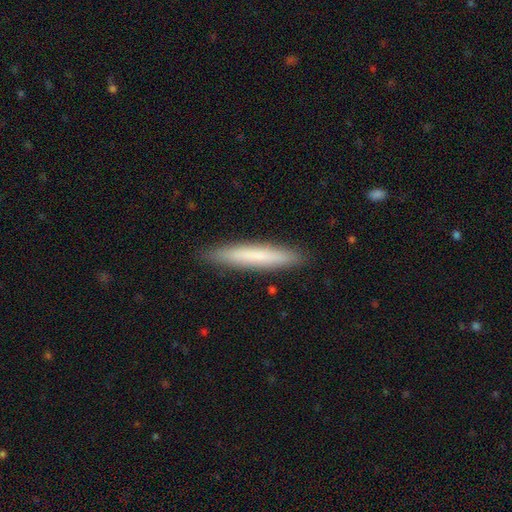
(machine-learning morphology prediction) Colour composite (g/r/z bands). It shows a smooth galaxy with no disk features (70%) that is cigar-shaped (94%). Merging: none (90%).